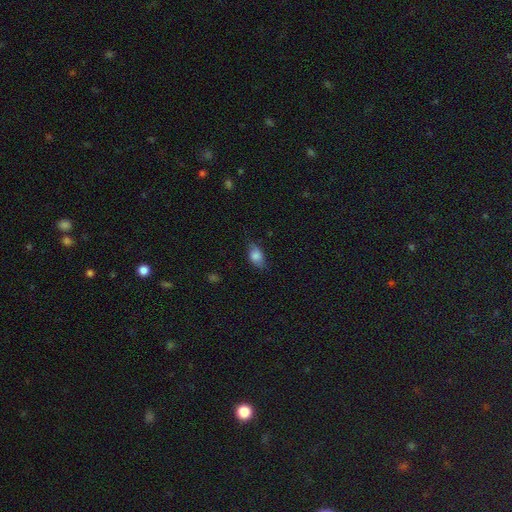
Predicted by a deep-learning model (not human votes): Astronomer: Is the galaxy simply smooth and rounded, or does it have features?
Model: smooth — 76%.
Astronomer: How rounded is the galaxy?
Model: in between — 82%.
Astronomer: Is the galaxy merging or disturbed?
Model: none — 66%.